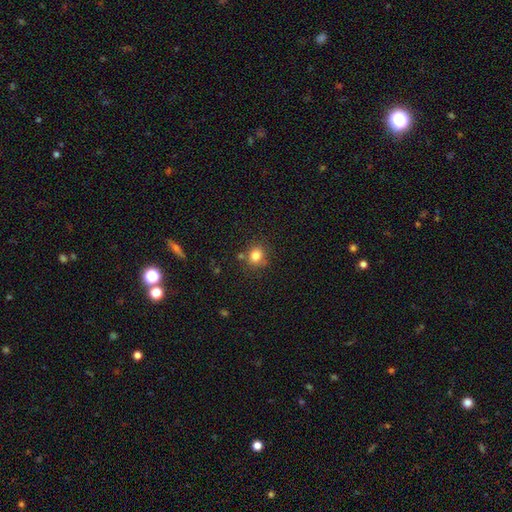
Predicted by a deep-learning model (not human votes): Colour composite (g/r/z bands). It shows a smooth galaxy with no disk features (82%) that is round (74%). Merging: none (75%).